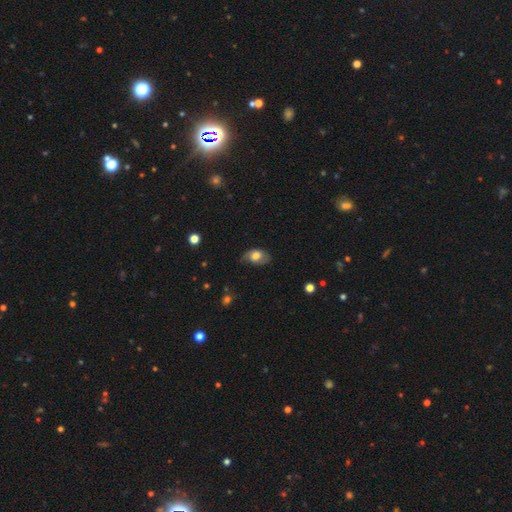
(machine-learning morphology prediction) Smooth or featured?
  - smooth: 64% *
  - featured or disk: 28%
  - star or artifact: 8%
How rounded?
  - in between: 86% *
  - round: 13%
  - cigar-shaped: 2%
Merging?
  - none: 56% *
  - minor disturbance: 32%
  - major disturbance: 11%
  - merger: 2%